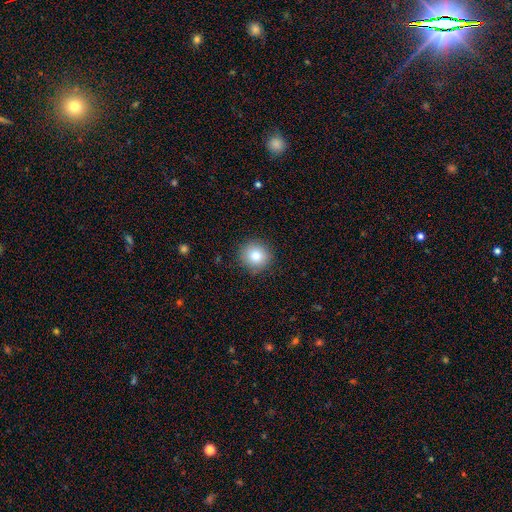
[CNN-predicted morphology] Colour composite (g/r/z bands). It shows a smooth galaxy with no disk features (82%) that is round (92%). Merging: none (89%).